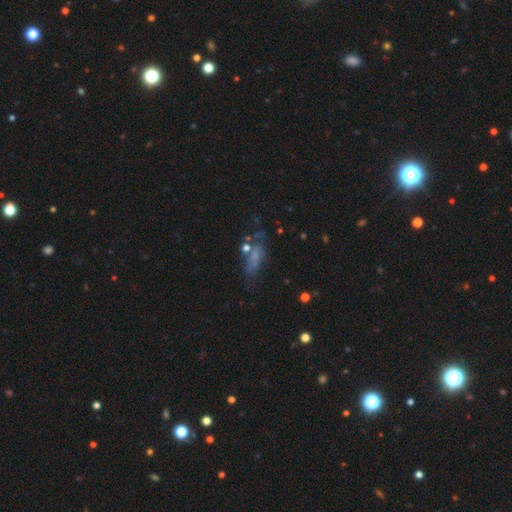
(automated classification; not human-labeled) This is possibly a smooth galaxy (45%). Merging: marginally none (41%).